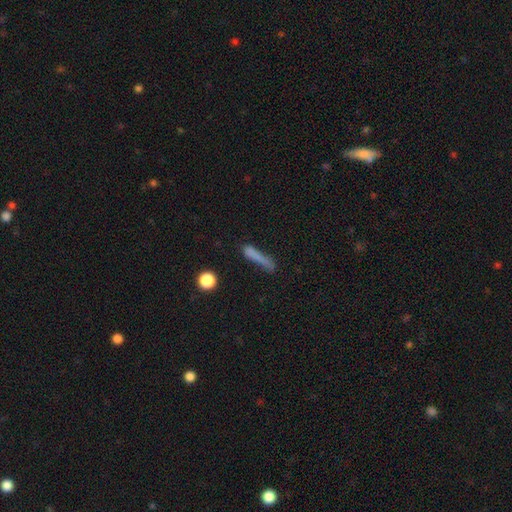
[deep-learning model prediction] A smooth galaxy with no disk features (72%) that is cigar-shaped (86%). Merging: none (57%).